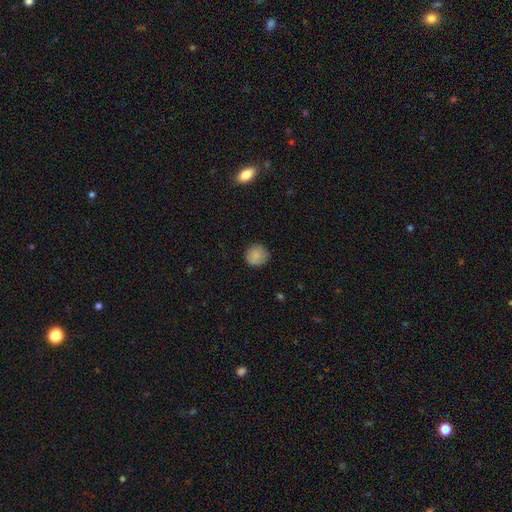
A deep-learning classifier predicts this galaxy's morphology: Overall: smooth (84%). How rounded: round (91%). Merging: none (84%).